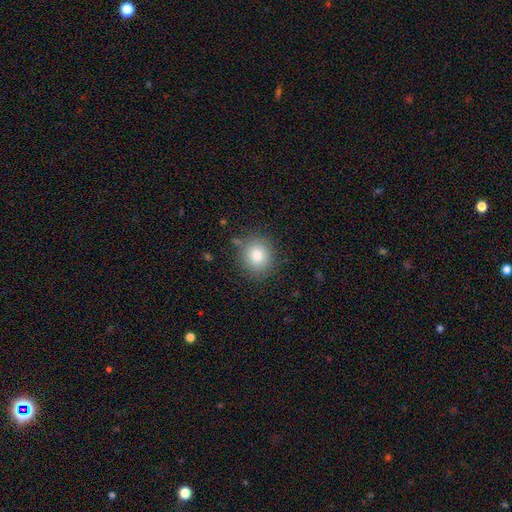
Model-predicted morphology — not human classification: smooth 82%, star or artifact 10%, featured or disk 8%. Down the decision tree: how rounded — round (84%); merging — none (85%).